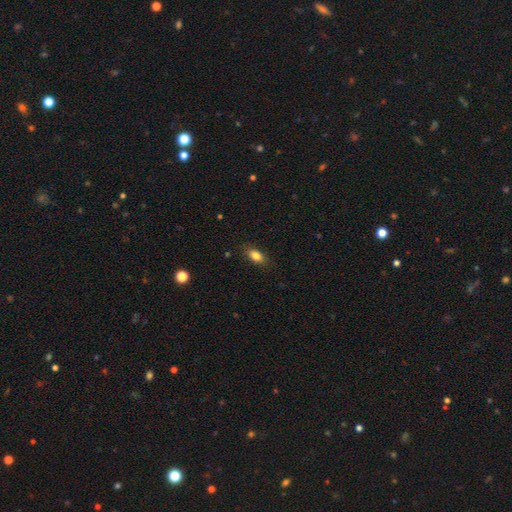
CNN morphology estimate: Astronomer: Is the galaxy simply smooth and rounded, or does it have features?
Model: smooth — 84%.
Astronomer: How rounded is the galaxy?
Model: in between — 86%.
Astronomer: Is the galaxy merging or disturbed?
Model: none — 86%.